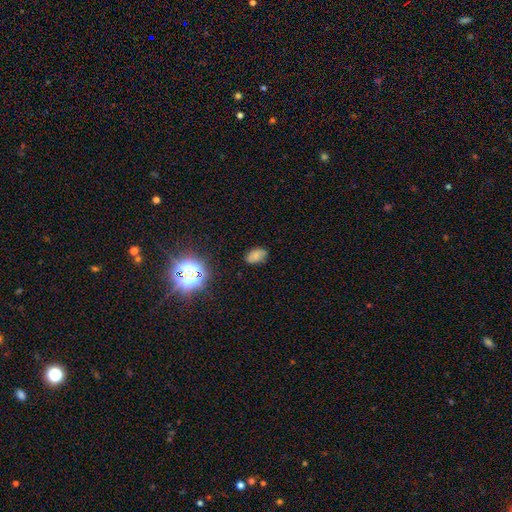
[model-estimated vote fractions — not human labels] Smooth or featured? Predicted: smooth (p=0.70). How rounded? Predicted: in between (p=0.87). Merging? Predicted: none (p=0.78).